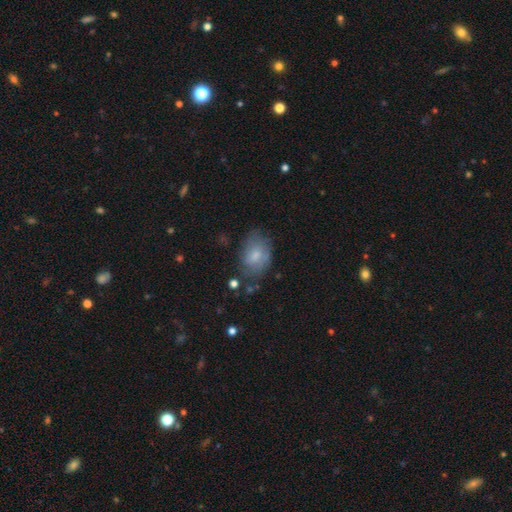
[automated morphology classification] A smooth galaxy with no disk features (70%) that is in between round and cigar-shaped (79%).

Vote fractions:
- Smooth or featured? smooth: 70% / featured or disk: 23% / star or artifact: 8%
- How rounded? in between: 79% / round: 19% / cigar-shaped: 1%
- Merging? none: 58% / minor disturbance: 28% / major disturbance: 11% / merger: 3%